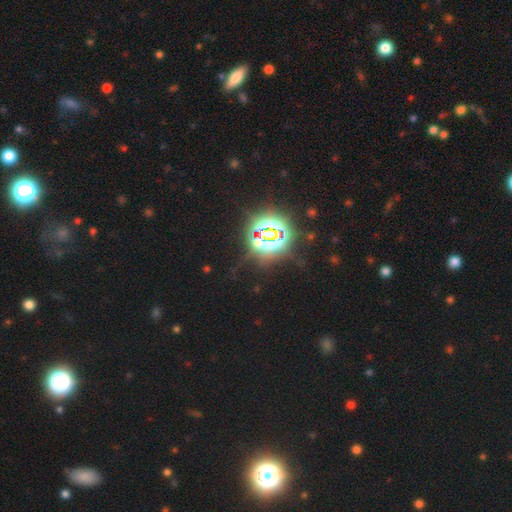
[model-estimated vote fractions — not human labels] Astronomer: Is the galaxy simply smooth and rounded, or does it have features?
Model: star or artifact — 80%.